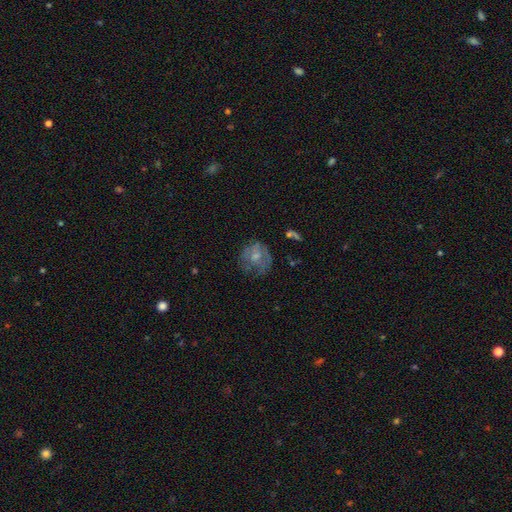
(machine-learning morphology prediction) Smooth or featured? Predicted: smooth (p=0.45). Merging? Predicted: none (p=0.49).